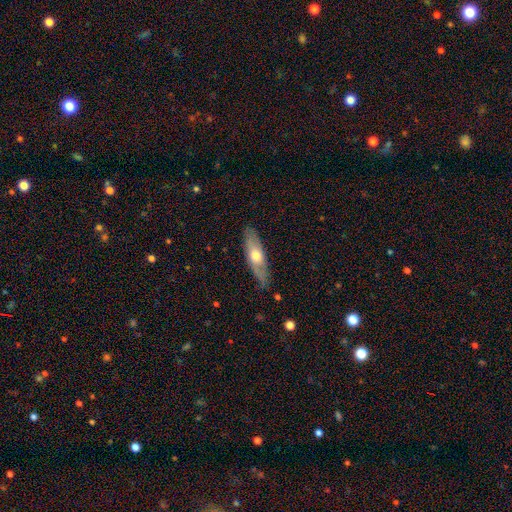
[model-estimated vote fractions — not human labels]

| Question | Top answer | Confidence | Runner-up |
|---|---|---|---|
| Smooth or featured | smooth | 48% | featured or disk (47%) |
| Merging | none | 79% | minor disturbance (17%) |